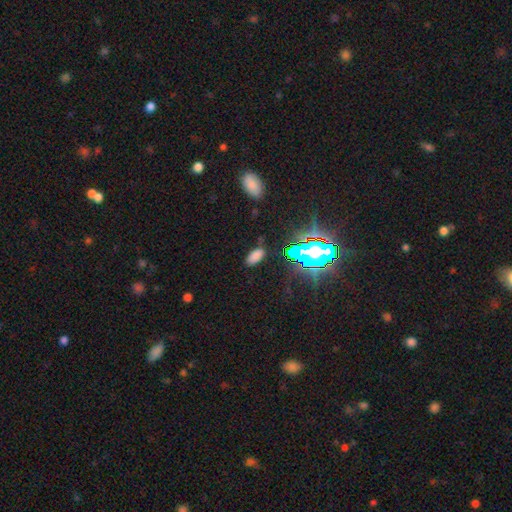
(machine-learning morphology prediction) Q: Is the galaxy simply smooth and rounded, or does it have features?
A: smooth — 71%.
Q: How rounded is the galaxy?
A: in between — 90%.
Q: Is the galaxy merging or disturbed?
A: none — 83%.